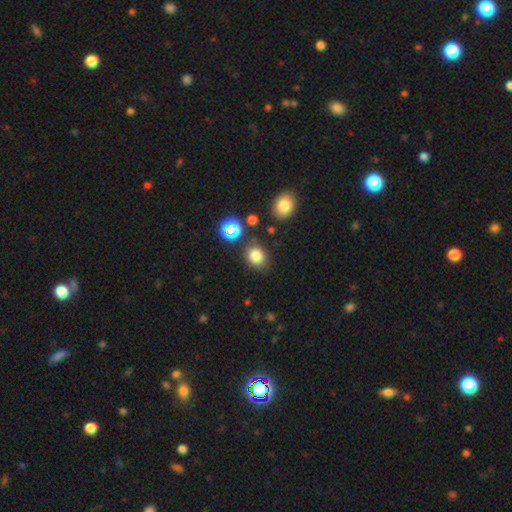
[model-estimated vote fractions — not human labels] Q: Smooth or featured?
A: smooth (78%); runner-up: star or artifact (16%)
Q: How rounded?
A: round (66%); runner-up: in between (33%)
Q: Merging?
A: none (77%); runner-up: minor disturbance (14%)